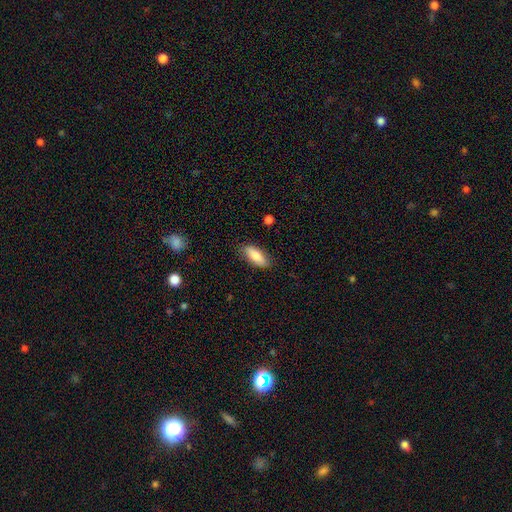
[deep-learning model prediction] smooth 83%, featured or disk 10%, star or artifact 6%. Down the decision tree: how rounded — in between (77%); merging — none (81%).